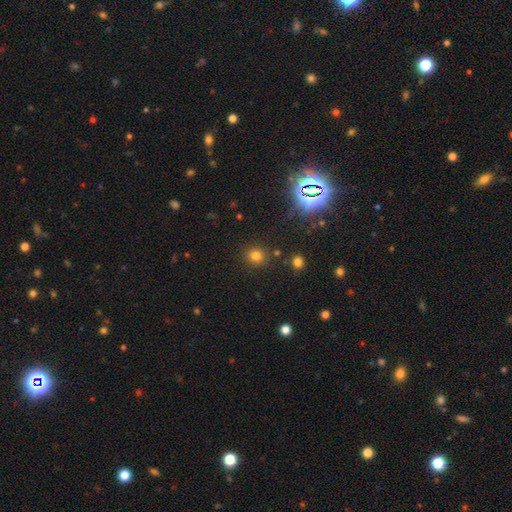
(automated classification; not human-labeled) Smooth or featured?
  - smooth: 74% *
  - star or artifact: 20%
  - featured or disk: 6%
How rounded?
  - round: 86% *
  - in between: 13%
  - cigar-shaped: 1%
Merging?
  - none: 85% *
  - minor disturbance: 8%
  - merger: 4%
  - major disturbance: 3%